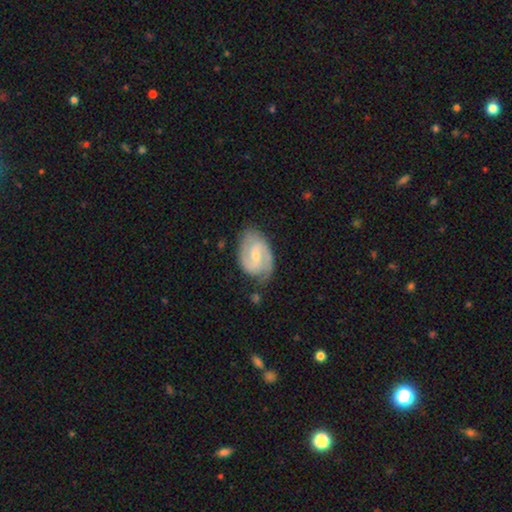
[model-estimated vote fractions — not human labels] Smooth or featured? featured or disk (85%)
Edge-on disk? no (97%)
Bar? weak (54%)
Spiral arms? yes (97%)
Spiral winding? medium (51%)
Spiral arm count? 2 (88%)
Bulge size? small (59%)
Merging? none (76%)